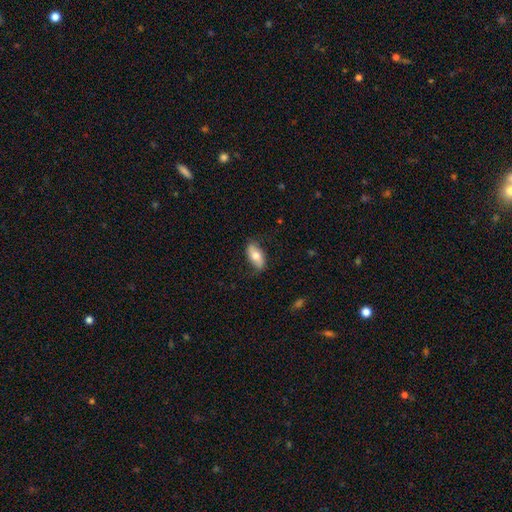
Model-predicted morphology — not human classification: smooth-or-featured: smooth: 67% | featured or disk: 27% | star or artifact: 6%
  how-rounded: in between: 87% | cigar-shaped: 10% | round: 3%
  merging: none: 78% | minor disturbance: 17% | major disturbance: 4% | merger: 1%